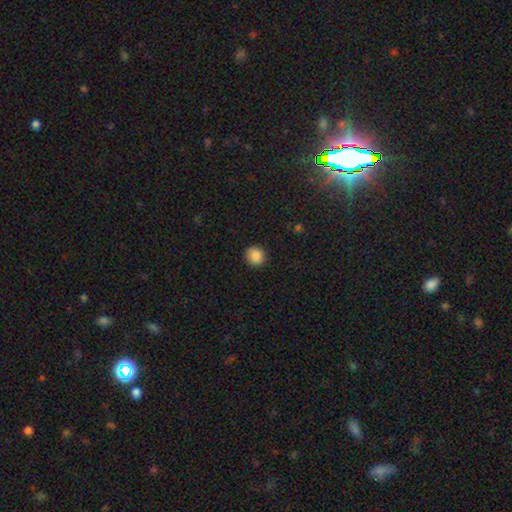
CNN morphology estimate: Smooth or featured? smooth (88%)
How rounded? round (87%)
Merging? none (91%)